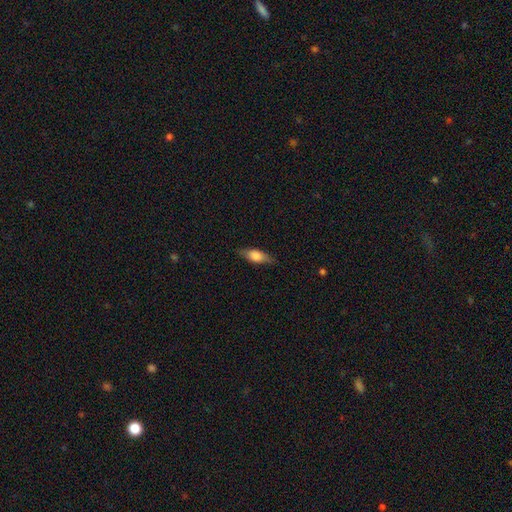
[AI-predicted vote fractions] Smooth or featured? Predicted: smooth (p=0.62). How rounded? Predicted: in between (p=0.68). Merging? Predicted: none (p=0.80).